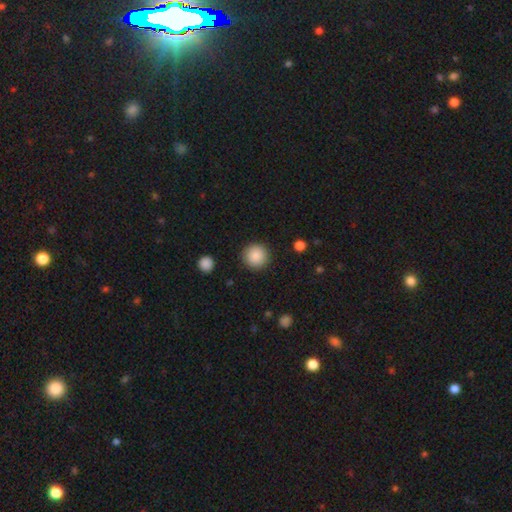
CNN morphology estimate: A smooth galaxy with no disk features (88%) that is round (95%).

Vote fractions:
- Smooth or featured? smooth: 88% / star or artifact: 8% / featured or disk: 4%
- How rounded? round: 95% / in between: 4% / cigar-shaped: 1%
- Merging? none: 91% / minor disturbance: 5% / major disturbance: 2% / merger: 1%